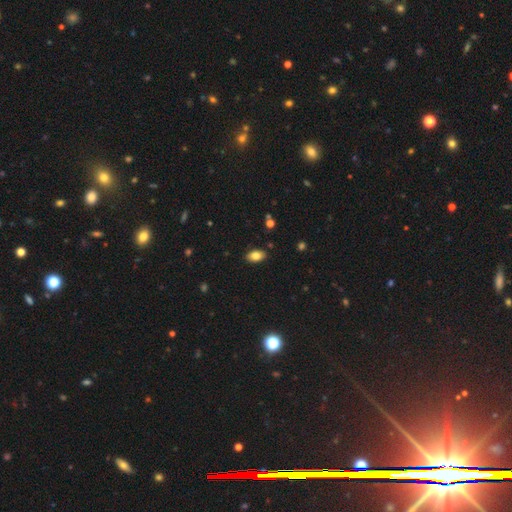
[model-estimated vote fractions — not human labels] This appears to be a smooth galaxy with no disk features (82%) that is in between round and cigar-shaped (91%). Merging: none (87%).